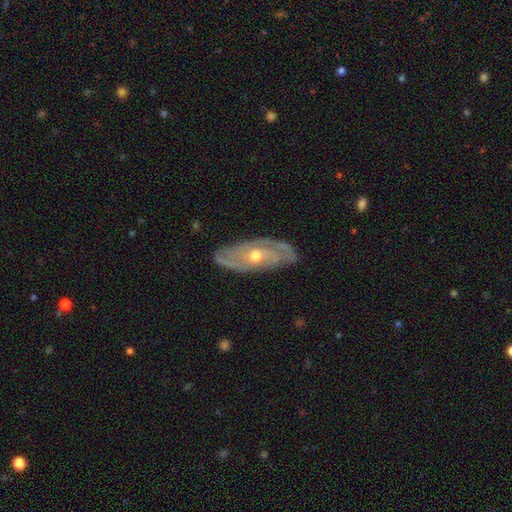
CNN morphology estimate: A featured or disk galaxy (84%) with no bar (72%), 2 (43%) tight (60%) spiral arms (92%) and a moderate central bulge (65%). Merging: none (79%).